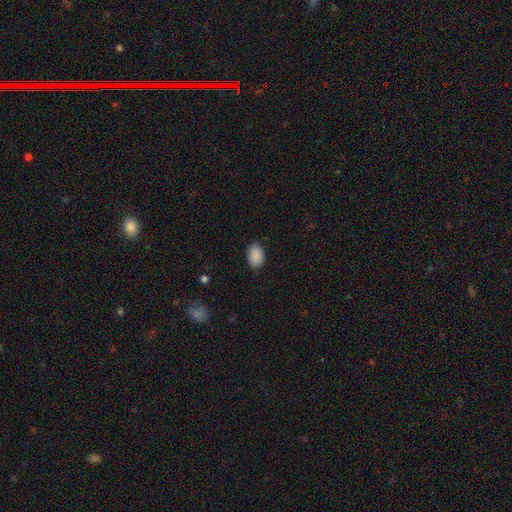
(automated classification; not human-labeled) A smooth galaxy with no disk features (90%) that is in between round and cigar-shaped (84%). Merging: none (84%).